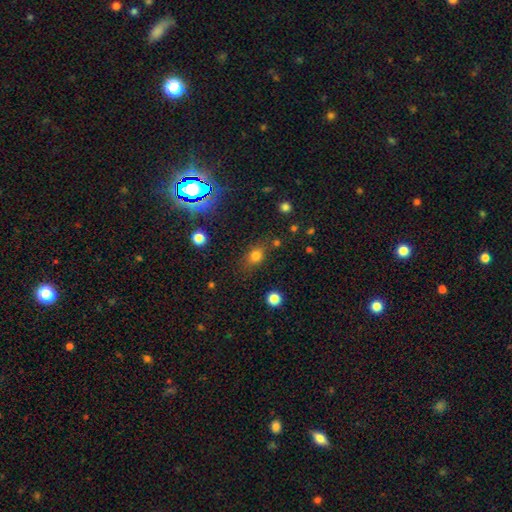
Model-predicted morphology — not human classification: A smooth galaxy with no disk features (76%) that is in between round and cigar-shaped (55%).

Vote fractions:
- Smooth or featured? smooth: 76% / star or artifact: 16% / featured or disk: 9%
- How rounded? in between: 55% / round: 42% / cigar-shaped: 3%
- Merging? none: 75% / minor disturbance: 15% / major disturbance: 5% / merger: 4%